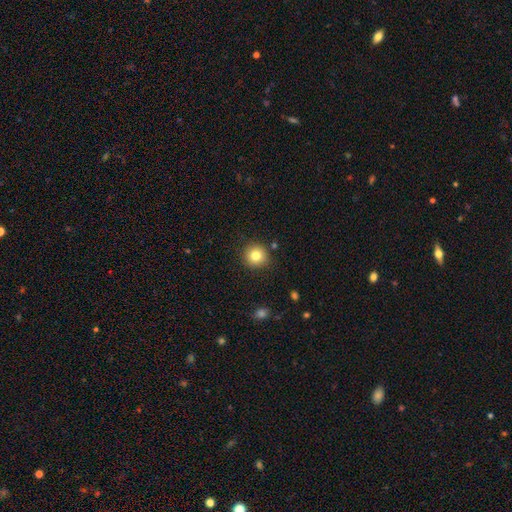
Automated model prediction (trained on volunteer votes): Smooth or featured? smooth (81%)
How rounded? round (93%)
Merging? none (89%)